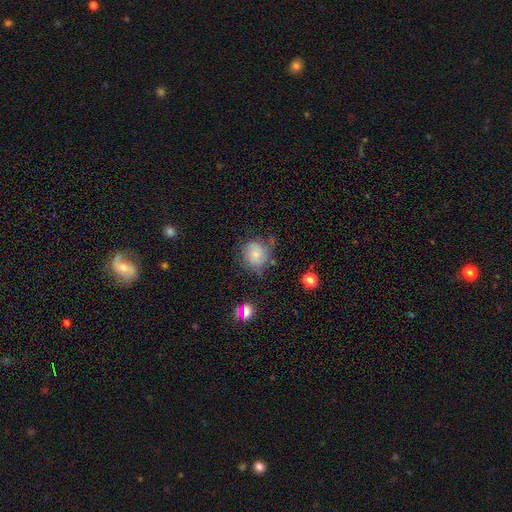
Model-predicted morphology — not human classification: Q: Smooth or featured?
A: smooth (71%); runner-up: featured or disk (19%)
Q: How rounded?
A: round (83%); runner-up: in between (16%)
Q: Merging?
A: none (60%); runner-up: minor disturbance (26%)